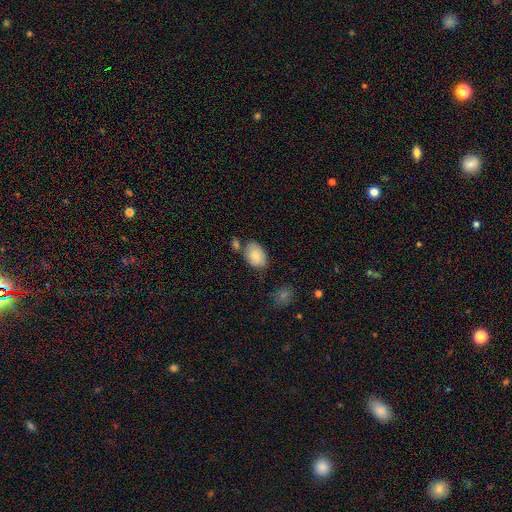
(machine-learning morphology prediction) Smooth or featured: smooth — 84% (featured or disk — 9%)
How rounded: in between — 87% (round — 12%)
Merging: none — 63% (minor disturbance — 20%)